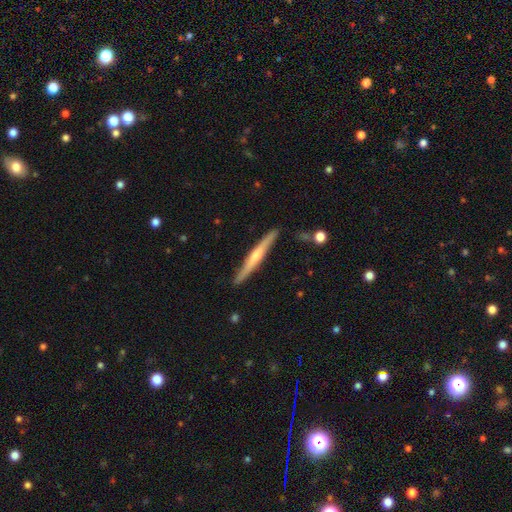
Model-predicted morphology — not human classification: This appears to be a featured or disk galaxy (63%) viewed edge-on (96%) with a rounded central bulge (62%). Merging: none (87%).